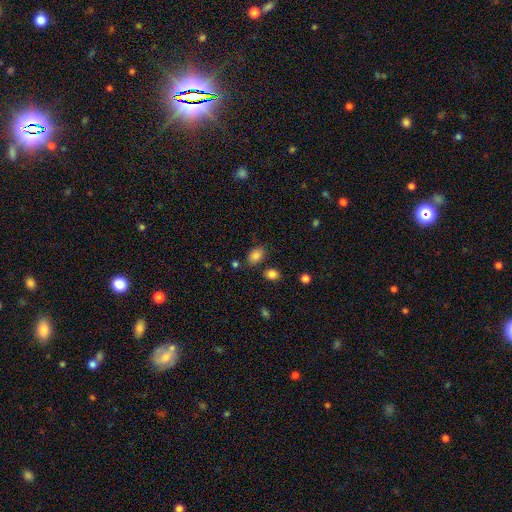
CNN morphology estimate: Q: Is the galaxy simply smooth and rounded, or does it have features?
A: smooth — 85%.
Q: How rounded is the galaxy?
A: in between — 79%.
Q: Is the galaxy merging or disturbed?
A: none — 75%.